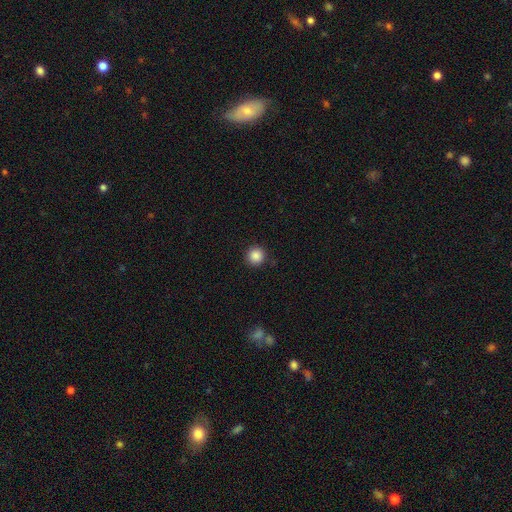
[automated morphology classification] smooth-or-featured: smooth: 87% | star or artifact: 10% | featured or disk: 3%
  how-rounded: round: 95% | in between: 4% | cigar-shaped: 1%
  merging: none: 91% | minor disturbance: 6% | major disturbance: 2% | merger: 1%